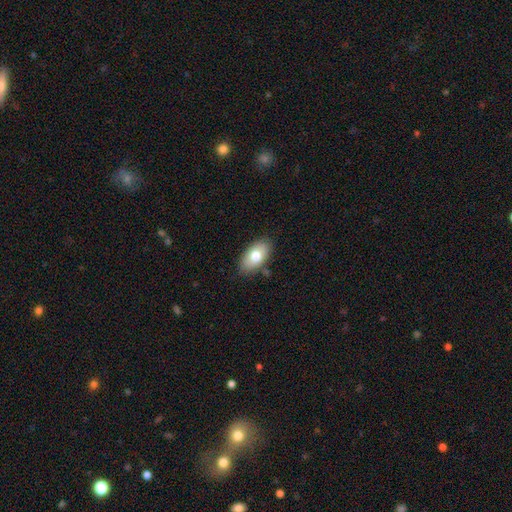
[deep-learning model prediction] Overall: smooth (74%). How rounded: in between (93%). Merging: none (82%).